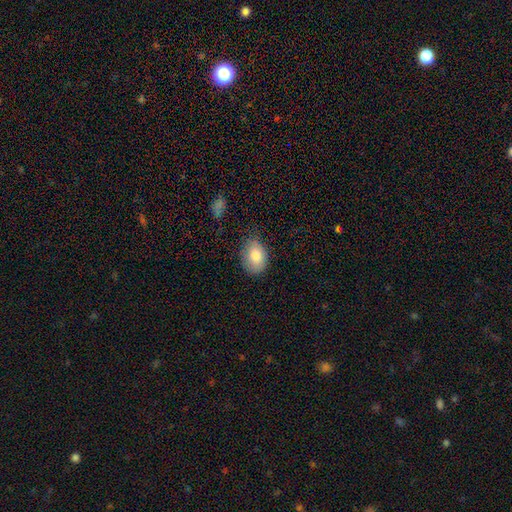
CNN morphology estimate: This is clearly a smooth galaxy (82%). How rounded: likely in between (77%). Merging: likely none (71%).